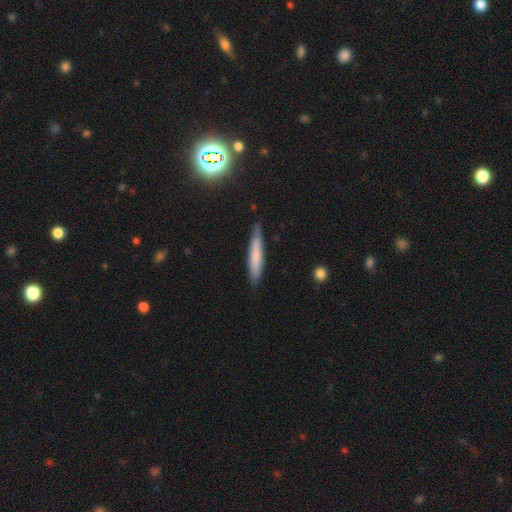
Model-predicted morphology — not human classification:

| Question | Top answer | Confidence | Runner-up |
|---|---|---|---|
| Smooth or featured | smooth | 68% | featured or disk (26%) |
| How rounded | cigar-shaped | 91% | in between (7%) |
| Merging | none | 82% | minor disturbance (14%) |